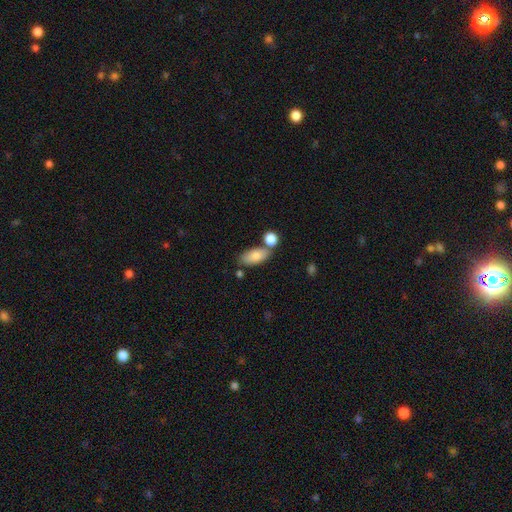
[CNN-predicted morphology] This is clearly a smooth galaxy (81%). How rounded: clearly in between (87%). Merging: likely none (65%).